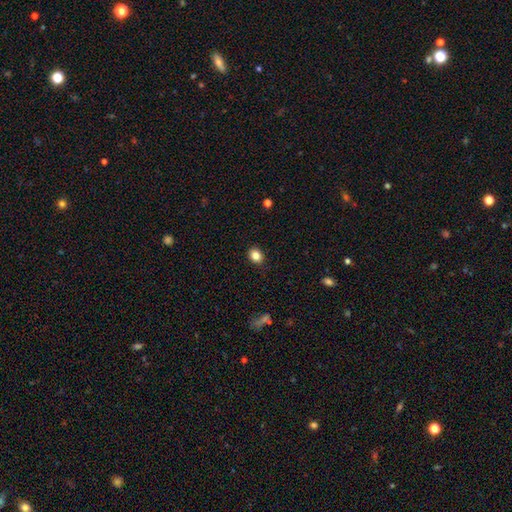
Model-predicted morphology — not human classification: smooth_or_featured: smooth (p=0.84) [alt: star or artifact p=0.10]
how_rounded: round (p=0.51) [alt: in between p=0.48]
merging: none (p=0.88) [alt: minor disturbance p=0.09]